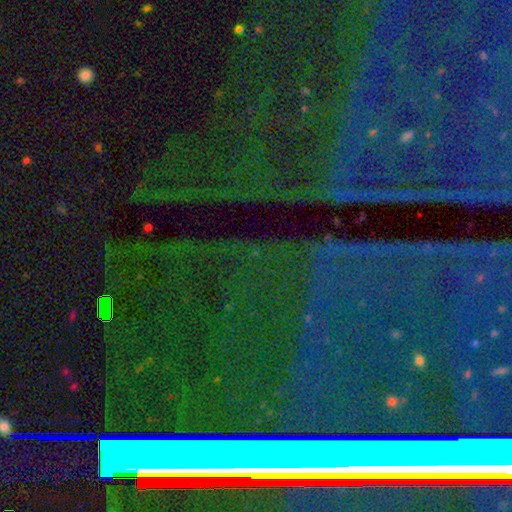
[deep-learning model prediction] A star or artifact, not a galaxy (82%).